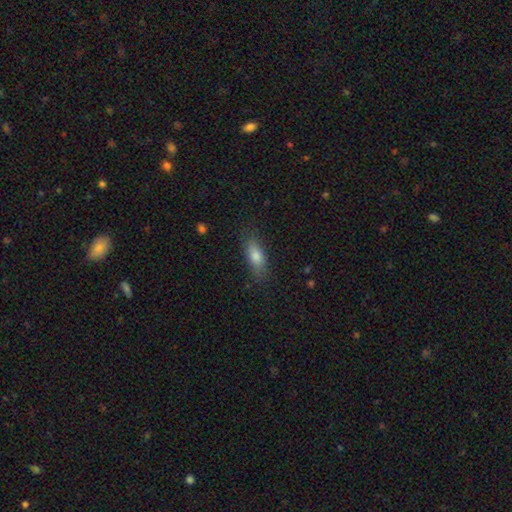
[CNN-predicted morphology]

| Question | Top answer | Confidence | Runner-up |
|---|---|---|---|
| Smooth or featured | smooth | 79% | featured or disk (13%) |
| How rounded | in between | 72% | cigar-shaped (25%) |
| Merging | none | 82% | minor disturbance (13%) |